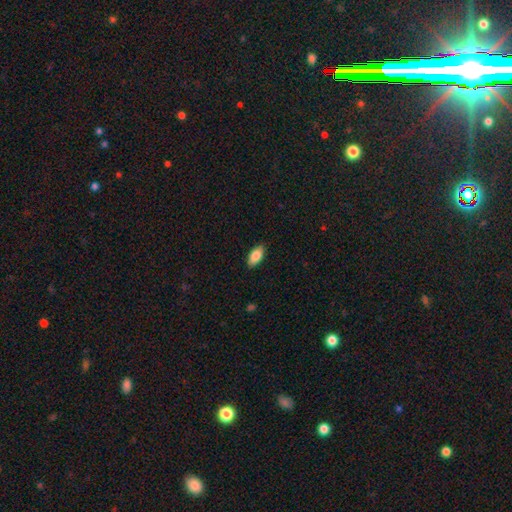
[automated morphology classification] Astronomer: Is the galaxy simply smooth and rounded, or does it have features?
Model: smooth — 84%.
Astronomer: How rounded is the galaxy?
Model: in between — 90%.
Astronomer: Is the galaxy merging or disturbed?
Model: none — 87%.